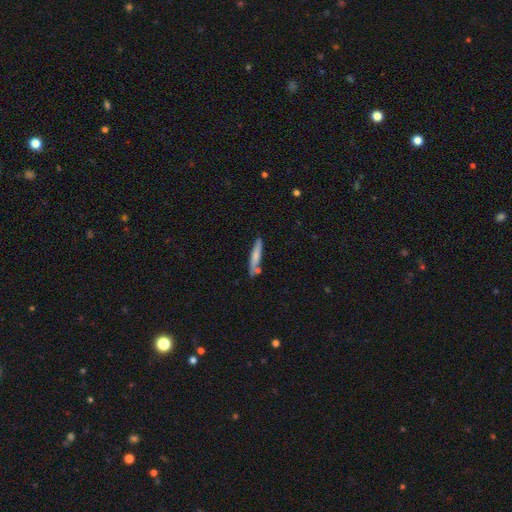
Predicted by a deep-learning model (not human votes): Morphology: type=smooth (69%); roundness=cigar-shaped (91%); merging=none (75%).